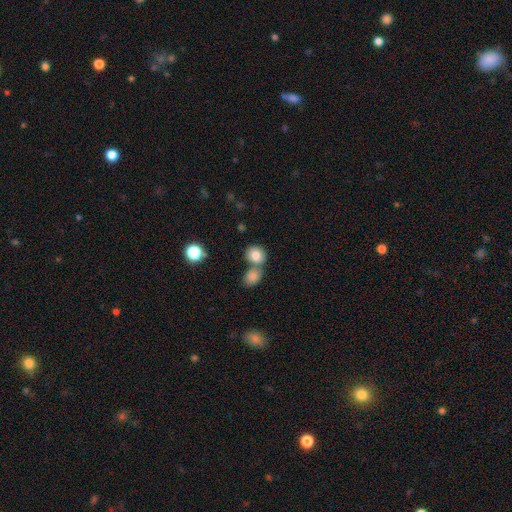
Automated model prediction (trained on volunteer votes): Morphology: type=smooth (82%); roundness=round (68%); merging=none (47%).